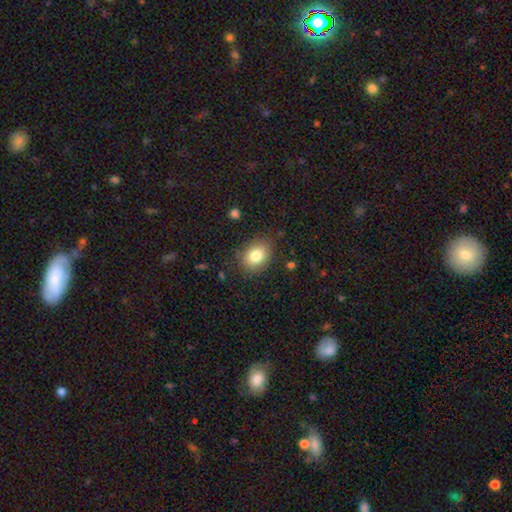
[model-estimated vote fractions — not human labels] This is clearly a smooth galaxy (82%). How rounded: likely in between (61%). Merging: clearly none (83%).